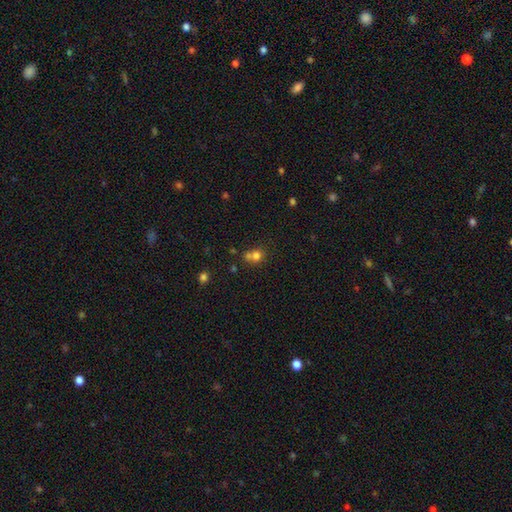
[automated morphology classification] smooth 73%, star or artifact 16%, featured or disk 12%. Down the decision tree: how rounded — round (78%); merging — merger (48%).